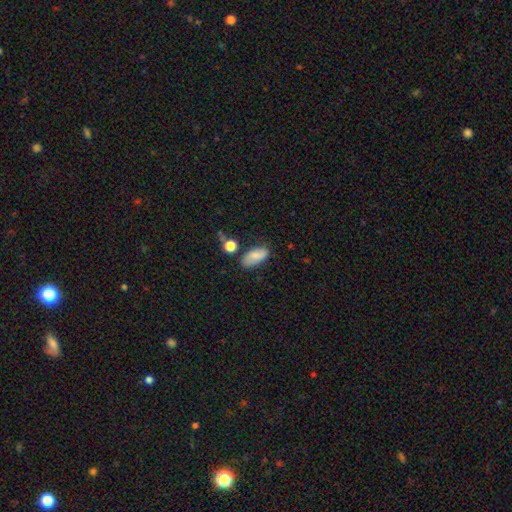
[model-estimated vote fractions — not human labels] smooth 74%, featured or disk 17%, star or artifact 9%. Down the decision tree: how rounded — in between (90%); merging — none (69%).